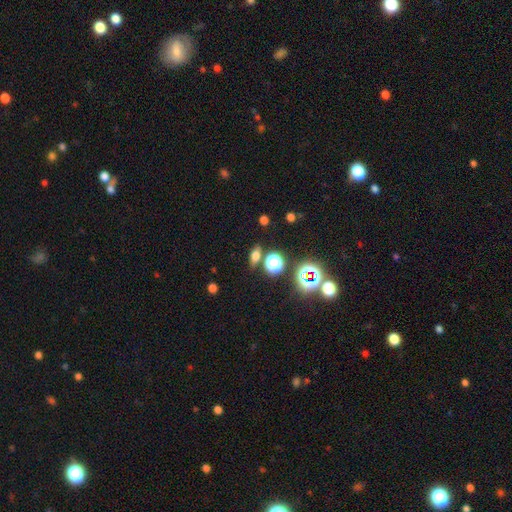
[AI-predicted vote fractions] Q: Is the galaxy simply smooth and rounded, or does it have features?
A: smooth — 56%.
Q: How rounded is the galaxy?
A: in between — 62%.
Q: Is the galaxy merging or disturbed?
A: none — 79%.